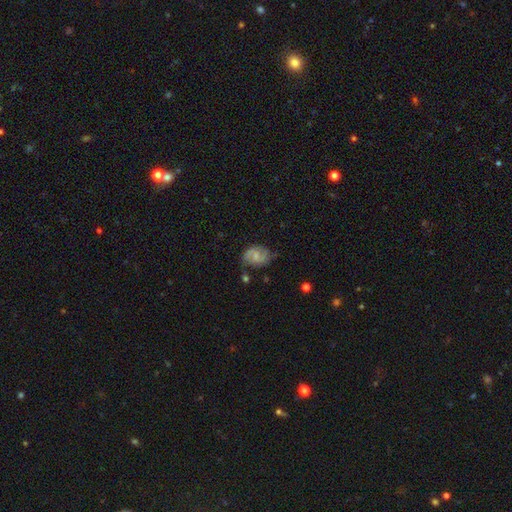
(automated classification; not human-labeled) Morphology: type=featured or disk (74%); edge-on=no (98%); bar=weak (50%); spiral arms=yes (94%); winding=medium (51%); arm count=2 (88%); bulge=small (52%); merging=none (70%).